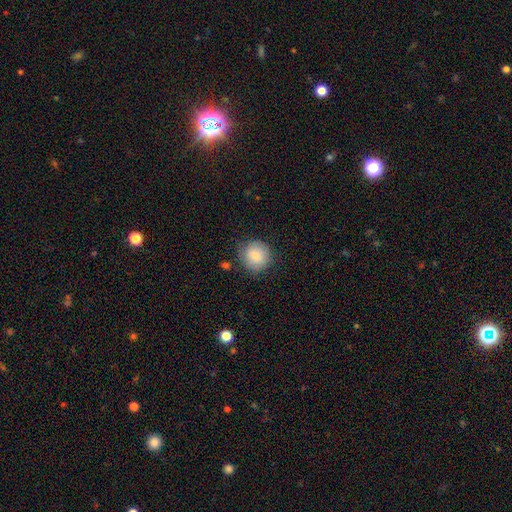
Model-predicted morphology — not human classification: Smooth or featured? smooth (84%)
How rounded? round (90%)
Merging? none (79%)